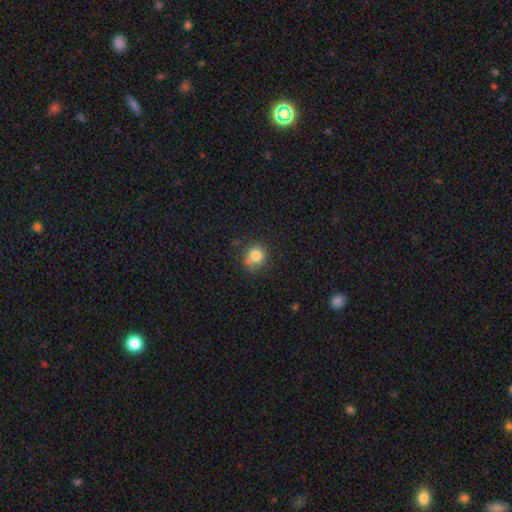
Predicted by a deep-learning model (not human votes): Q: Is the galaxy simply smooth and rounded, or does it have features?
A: smooth — 81%.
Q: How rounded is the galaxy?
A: round — 81%.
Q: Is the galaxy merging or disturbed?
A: none — 63%.